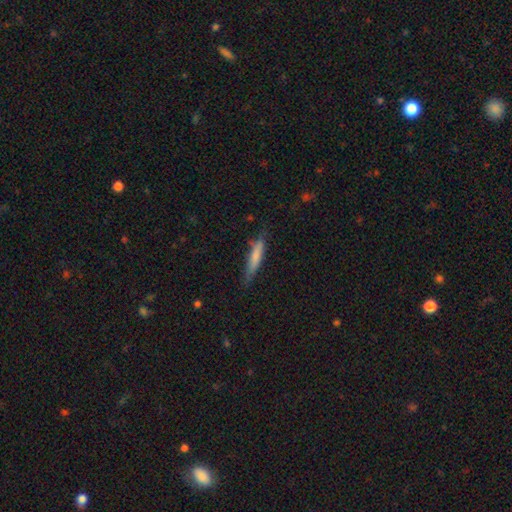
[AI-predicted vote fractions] smooth_or_featured: smooth (p=0.71) [alt: featured or disk p=0.23]
how_rounded: cigar-shaped (p=0.87) [alt: in between p=0.11]
merging: none (p=0.68) [alt: minor disturbance p=0.25]